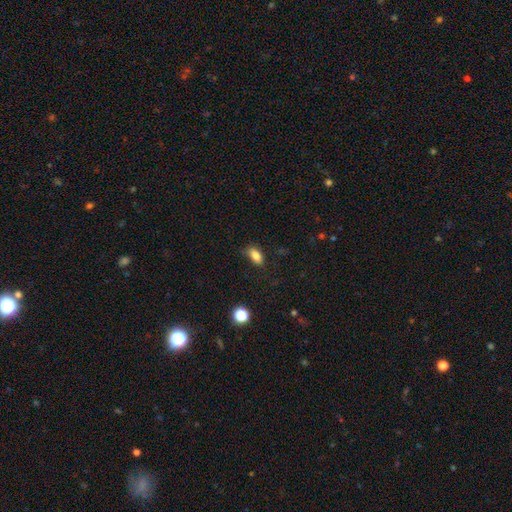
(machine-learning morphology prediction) Smooth or featured? smooth (83%)
How rounded? in between (87%)
Merging? none (72%)